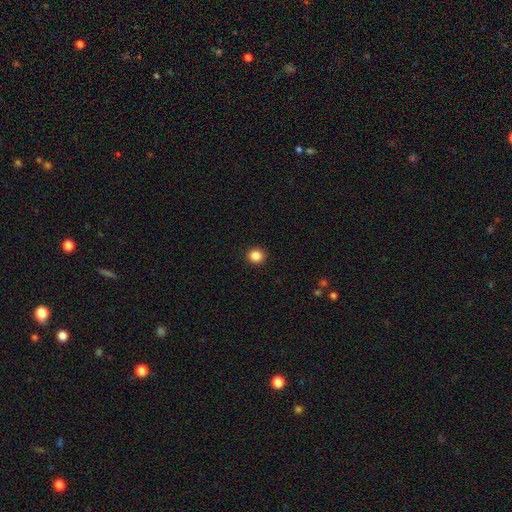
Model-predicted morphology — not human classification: A smooth galaxy with no disk features (86%) that is round (91%). Merging: none (93%).